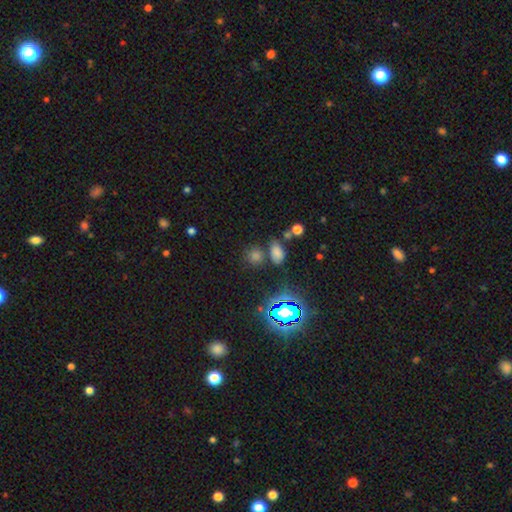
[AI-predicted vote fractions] Smooth or featured?
  - smooth: 58% *
  - star or artifact: 35%
  - featured or disk: 7%
How rounded?
  - round: 58% *
  - in between: 40%
  - cigar-shaped: 2%
Merging?
  - none: 70% *
  - merger: 16%
  - minor disturbance: 10%
  - major disturbance: 4%